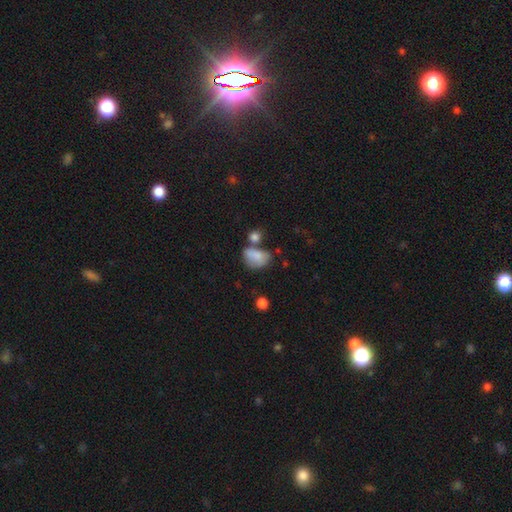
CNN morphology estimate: type=smooth (79%); roundness=in between (78%); merging=none (34%).